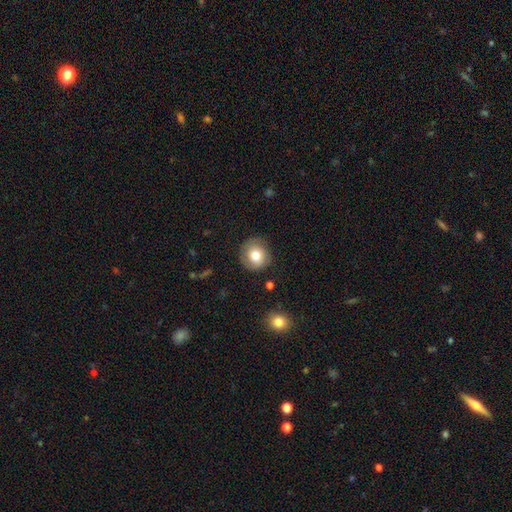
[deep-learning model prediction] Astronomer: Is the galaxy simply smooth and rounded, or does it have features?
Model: smooth — 76%.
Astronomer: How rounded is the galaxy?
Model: round — 89%.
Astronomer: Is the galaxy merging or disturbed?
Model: none — 81%.